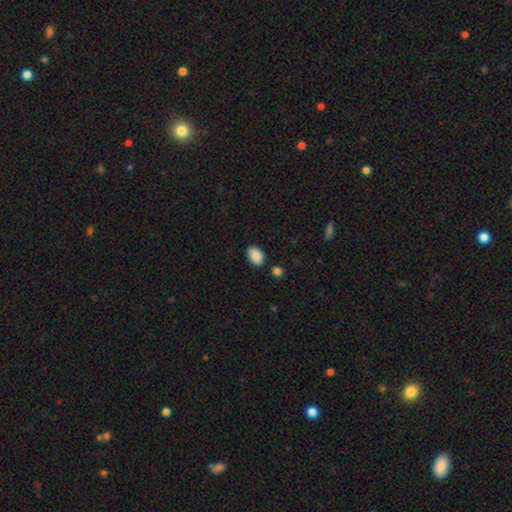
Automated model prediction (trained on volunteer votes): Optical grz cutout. It shows a smooth galaxy with no disk features (88%) that is in between round and cigar-shaped (89%). Merging: none (82%).